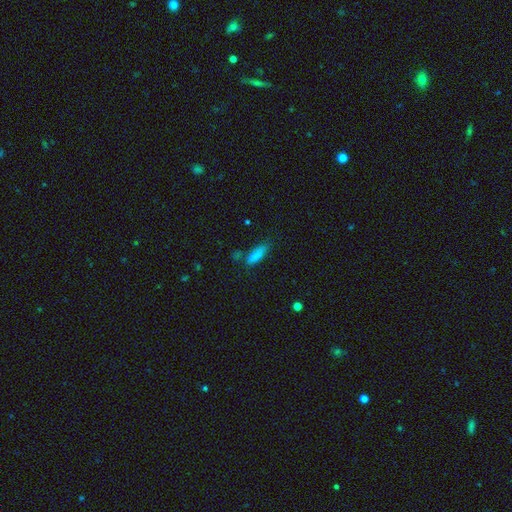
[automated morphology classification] smooth_or_featured: smooth (p=0.74) [alt: featured or disk p=0.17]
how_rounded: cigar-shaped (p=0.55) [alt: in between p=0.43]
merging: none (p=0.62) [alt: minor disturbance p=0.23]